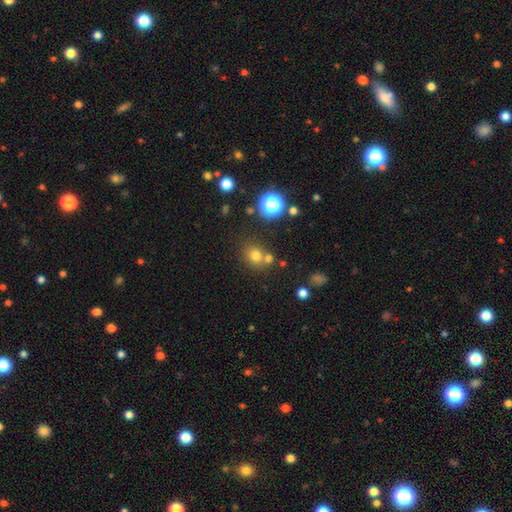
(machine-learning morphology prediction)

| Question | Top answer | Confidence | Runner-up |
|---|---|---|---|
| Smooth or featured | smooth | 72% | star or artifact (20%) |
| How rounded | round | 79% | in between (20%) |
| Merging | none | 64% | merger (23%) |